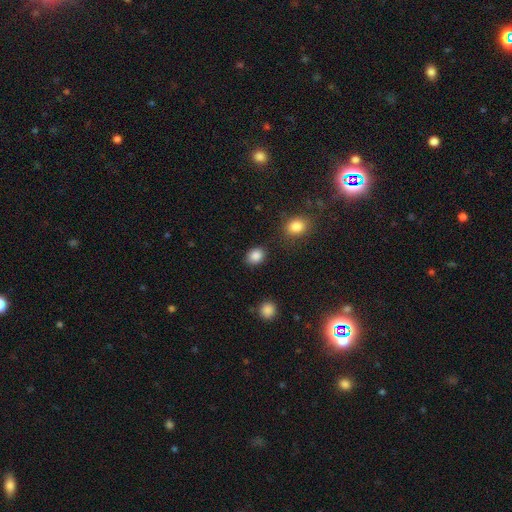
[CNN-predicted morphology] Q: Smooth or featured?
A: smooth (87%); runner-up: star or artifact (9%)
Q: How rounded?
A: in between (57%); runner-up: round (42%)
Q: Merging?
A: none (82%); runner-up: minor disturbance (11%)